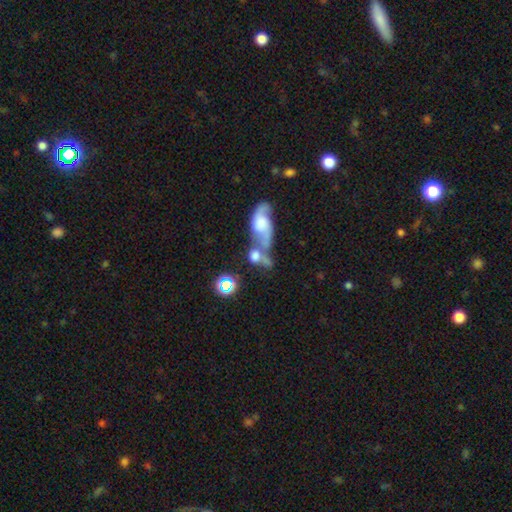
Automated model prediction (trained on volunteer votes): Overall: smooth (50%; featured or disk 35%). How rounded: in between (51%; round 39%). Merging: merger (63%).